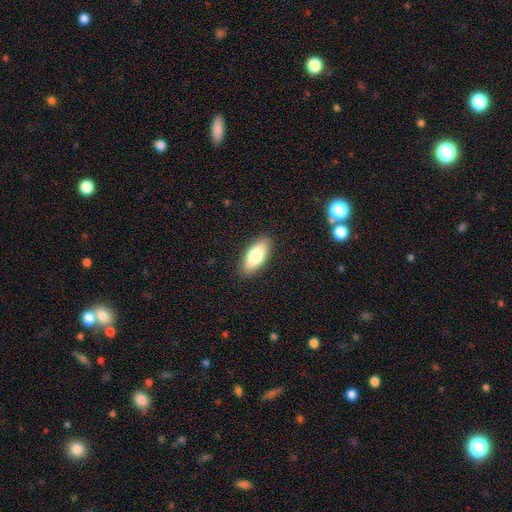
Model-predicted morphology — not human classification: type=smooth (75%); roundness=in between (76%); merging=none (89%).